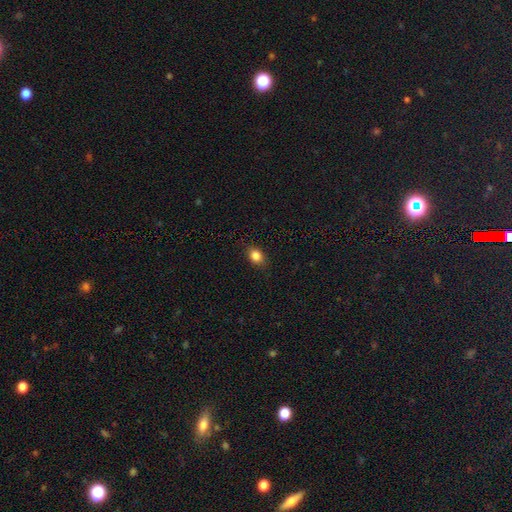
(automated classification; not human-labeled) smooth_or_featured: smooth (p=0.85) [alt: star or artifact p=0.10]
how_rounded: in between (p=0.58) [alt: round p=0.41]
merging: none (p=0.84) [alt: minor disturbance p=0.12]